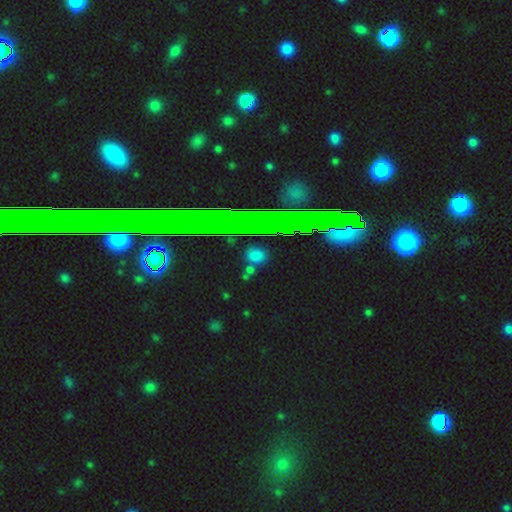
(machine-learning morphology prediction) type=star or artifact (52%).